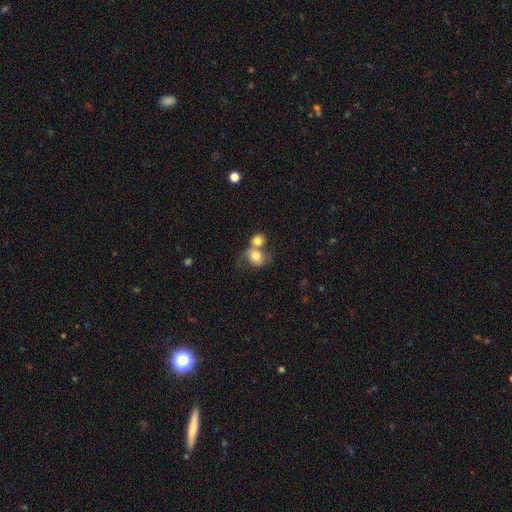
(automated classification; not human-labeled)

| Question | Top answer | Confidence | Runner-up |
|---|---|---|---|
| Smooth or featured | smooth | 70% | featured or disk (22%) |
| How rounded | round | 60% | in between (39%) |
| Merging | merger | 62% | none (21%) |